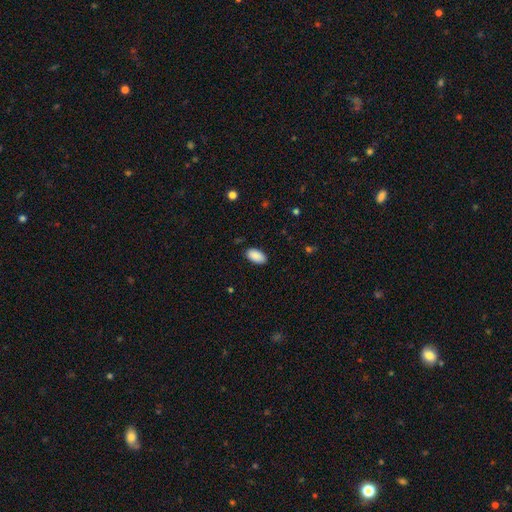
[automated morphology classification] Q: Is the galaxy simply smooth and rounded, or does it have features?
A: smooth — 90%.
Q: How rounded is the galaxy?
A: in between — 95%.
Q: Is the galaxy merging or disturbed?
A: none — 87%.